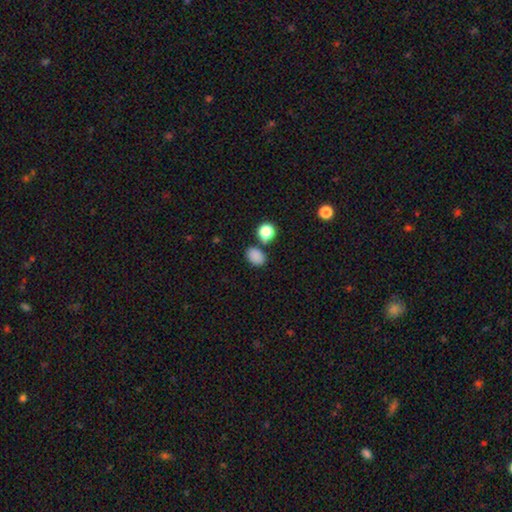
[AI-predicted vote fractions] This appears to be a smooth galaxy with no disk features (84%) that is in between round and cigar-shaped (75%). Merging: none (72%).